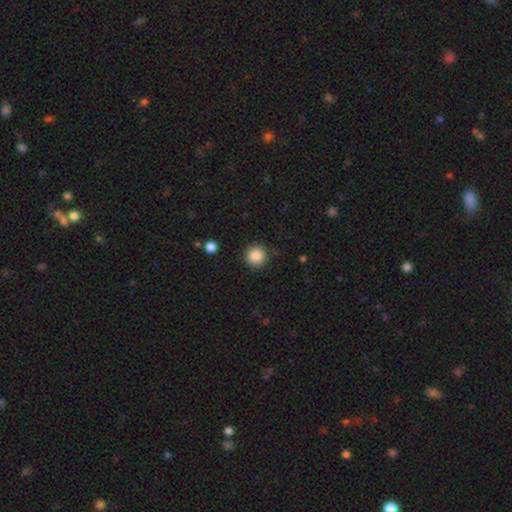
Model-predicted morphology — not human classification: smooth-or-featured: smooth: 87% | star or artifact: 9% | featured or disk: 4%
  how-rounded: round: 96% | in between: 3% | cigar-shaped: 1%
  merging: none: 91% | minor disturbance: 5% | major disturbance: 2% | merger: 1%